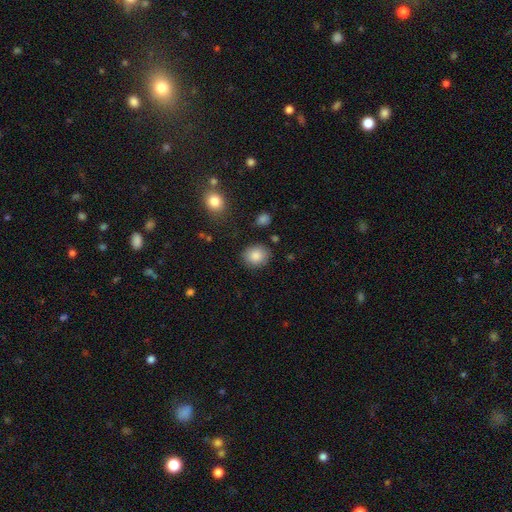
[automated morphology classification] Smooth or featured? smooth (86%)
How rounded? round (71%)
Merging? none (84%)